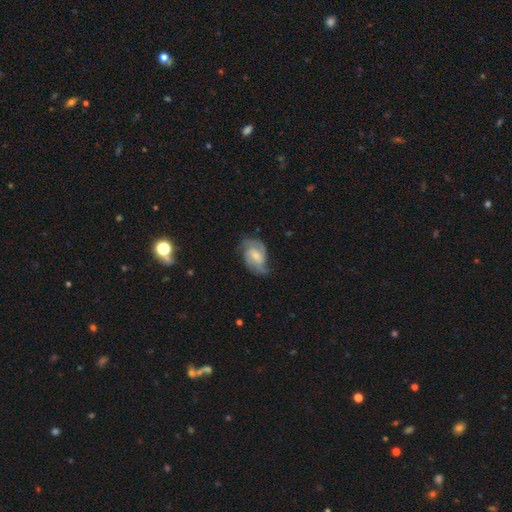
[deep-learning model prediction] Q: Smooth or featured?
A: featured or disk (76%); runner-up: smooth (18%)
Q: Edge-on disk?
A: no (97%); runner-up: yes (3%)
Q: Bar?
A: weak (51%); runner-up: no (34%)
Q: Spiral arms?
A: yes (94%); runner-up: no (6%)
Q: Spiral winding?
A: medium (50%); runner-up: tight (30%)
Q: Spiral arm count?
A: 2 (74%); runner-up: can't tell (10%)
Q: Bulge size?
A: moderate (42%); runner-up: small (36%)
Q: Merging?
A: none (64%); runner-up: minor disturbance (23%)